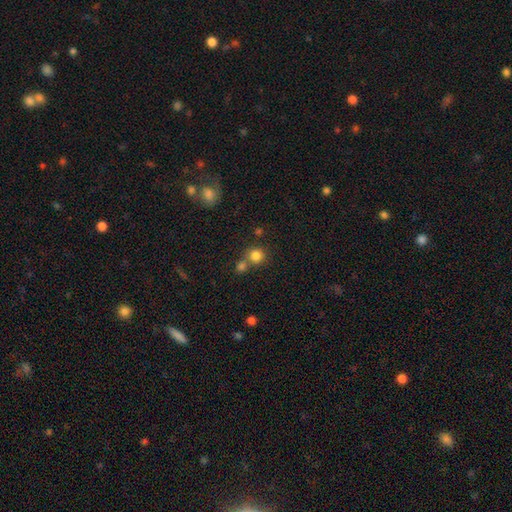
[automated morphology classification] type=smooth (81%); roundness=round (89%); merging=none (59%).